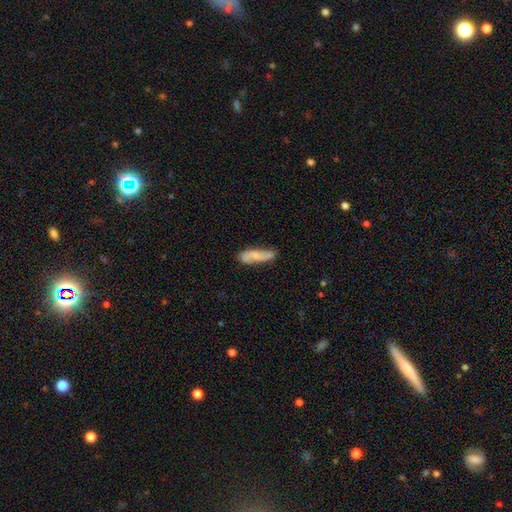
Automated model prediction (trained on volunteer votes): Smooth or featured? Predicted: smooth (p=0.59). How rounded? Predicted: cigar-shaped (p=0.59). Merging? Predicted: none (p=0.68).